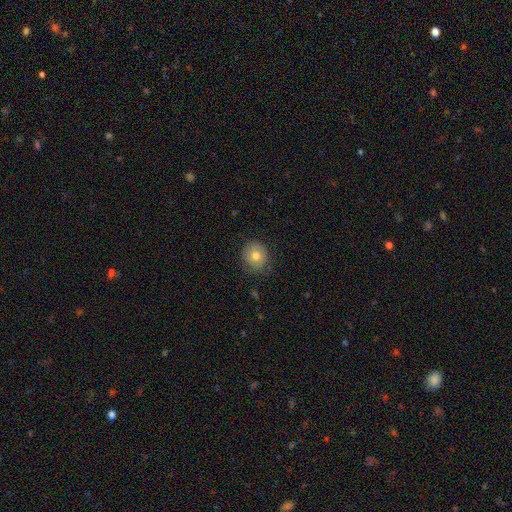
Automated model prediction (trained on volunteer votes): Smooth or featured?
  - smooth: 72% *
  - featured or disk: 19%
  - star or artifact: 9%
How rounded?
  - round: 81% *
  - in between: 19%
  - cigar-shaped: 1%
Merging?
  - none: 75% *
  - minor disturbance: 19%
  - major disturbance: 5%
  - merger: 1%